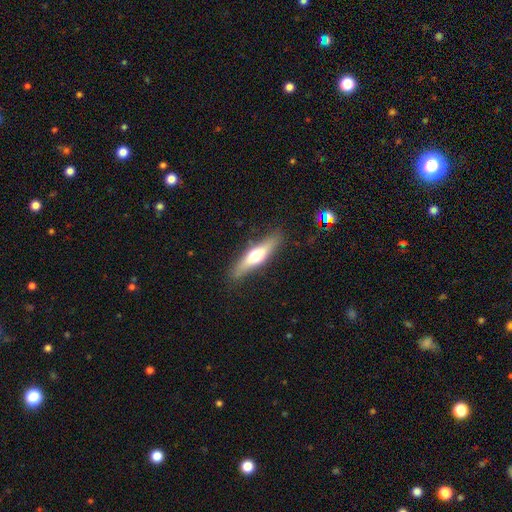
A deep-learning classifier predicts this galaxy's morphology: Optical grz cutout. It shows a smooth galaxy with no disk features (47%, tied with featured or disk). Merging: none (85%).